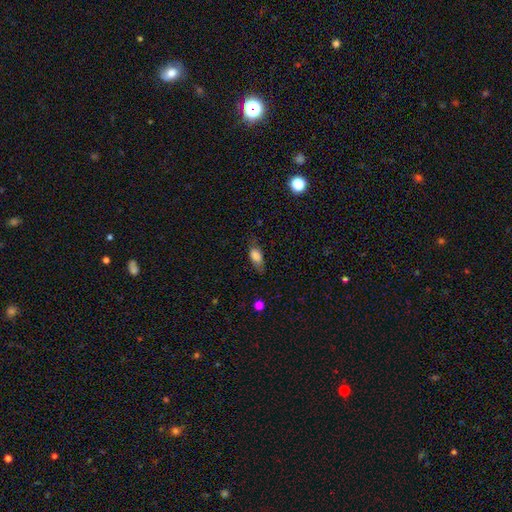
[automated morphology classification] type=smooth (78%); roundness=in between (81%); merging=none (64%).